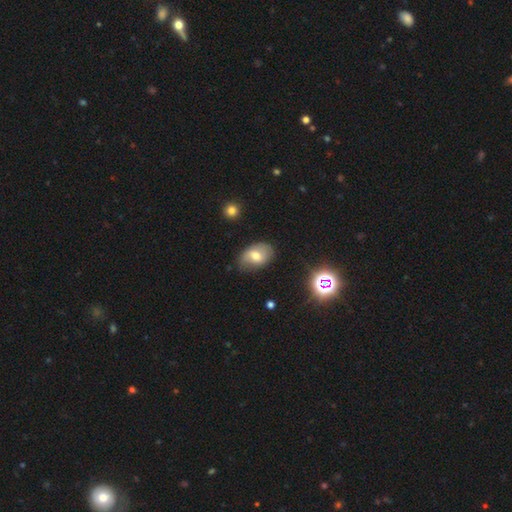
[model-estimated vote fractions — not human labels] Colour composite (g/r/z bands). It shows a smooth galaxy with no disk features (57%) that is in between round and cigar-shaped (83%). Merging: none (66%).